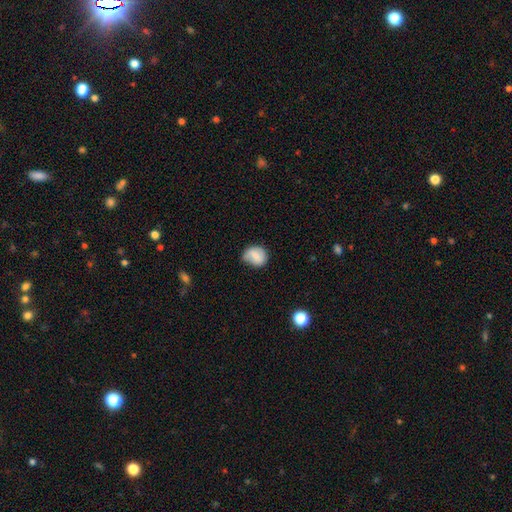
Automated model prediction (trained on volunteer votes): Smooth or featured? Predicted: smooth (p=0.68). How rounded? Predicted: round (p=0.67). Merging? Predicted: none (p=0.60).